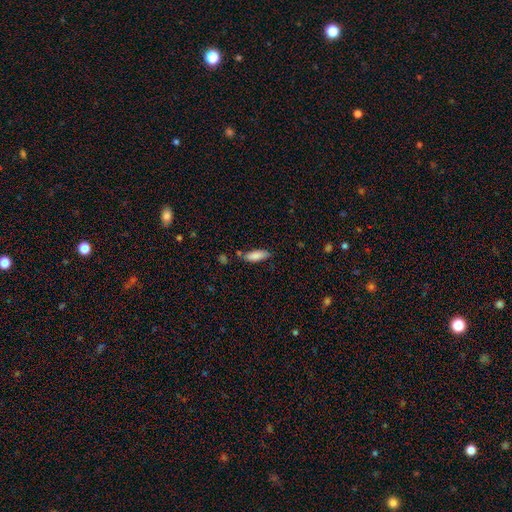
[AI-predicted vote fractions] The model was most divided on "how rounded": in between: 66%, cigar-shaped: 32%, round: 2%. More confident: smooth or featured — smooth (86%); merging — none (70%).